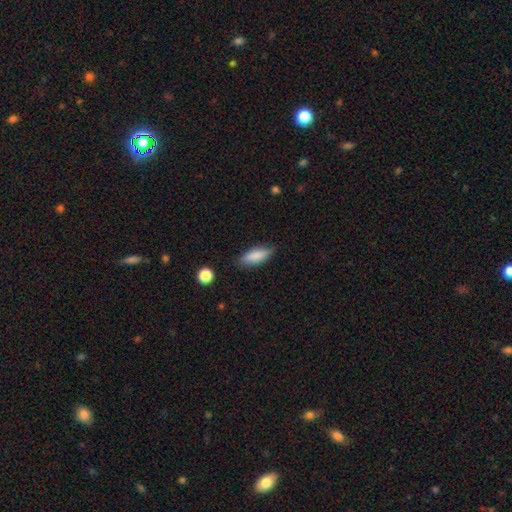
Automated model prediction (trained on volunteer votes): Smooth or featured? Predicted: smooth (p=0.84). How rounded? Predicted: in between (p=0.65). Merging? Predicted: none (p=0.82).